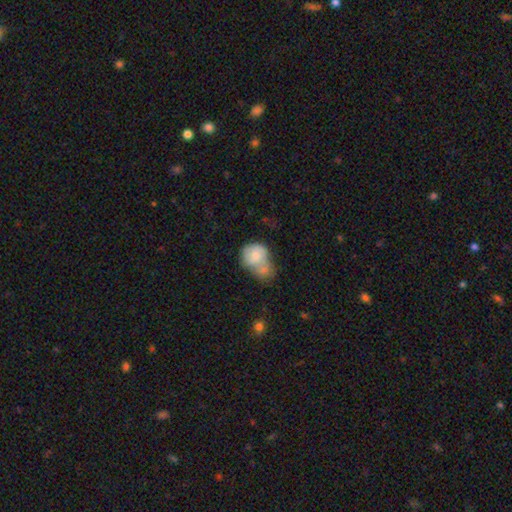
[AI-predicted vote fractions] smooth-or-featured: smooth: 72% | featured or disk: 21% | star or artifact: 7%
  how-rounded: round: 61% | in between: 38% | cigar-shaped: 1%
  merging: merger: 60% | none: 18% | minor disturbance: 13% | major disturbance: 9%